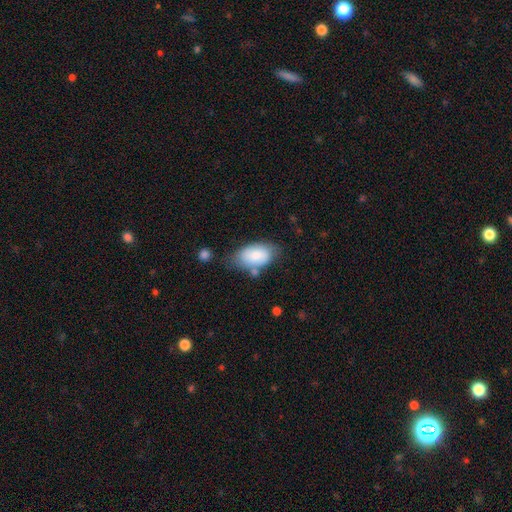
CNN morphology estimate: Q: Smooth or featured?
A: smooth (80%); runner-up: featured or disk (14%)
Q: How rounded?
A: in between (93%); runner-up: round (5%)
Q: Merging?
A: none (57%); runner-up: minor disturbance (26%)